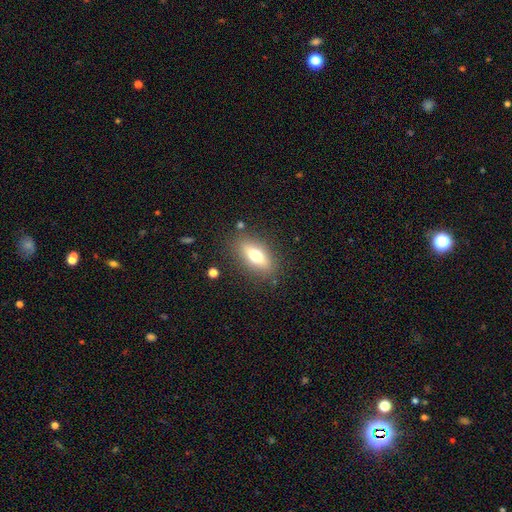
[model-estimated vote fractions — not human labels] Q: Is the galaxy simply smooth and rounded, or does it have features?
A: smooth — 63%.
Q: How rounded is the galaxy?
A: in between — 73%.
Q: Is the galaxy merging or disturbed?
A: none — 83%.